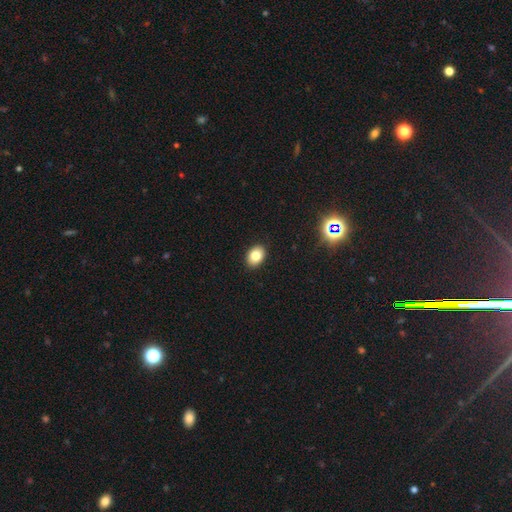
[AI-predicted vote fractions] The model was most divided on "how rounded": in between: 75%, round: 24%, cigar-shaped: 1%. More confident: merging — none (90%); smooth or featured — smooth (81%).